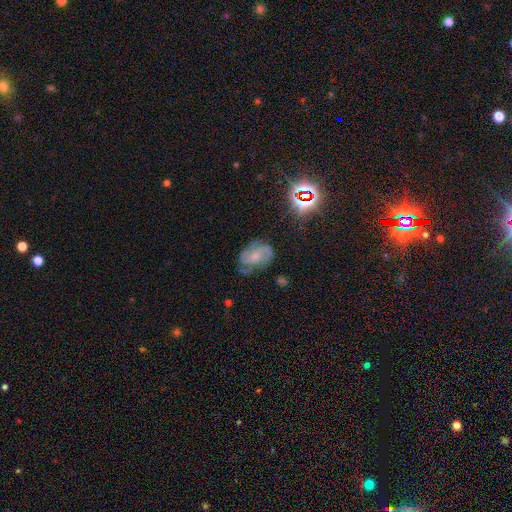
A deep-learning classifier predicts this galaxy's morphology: smooth_or_featured: featured or disk (p=0.76) [alt: smooth p=0.14]
disk_edge_on: no (p=0.97) [alt: yes p=0.03]
bar: no (p=0.59) [alt: weak p=0.34]
has_spiral_arms: yes (p=0.94) [alt: no p=0.06]
spiral_winding: medium (p=0.49) [alt: tight p=0.36]
spiral_arm_count: 2 (p=0.49) [alt: 3 p=0.24]
bulge_size: small (p=0.41) [alt: moderate p=0.40]
merging: none (p=0.64) [alt: minor disturbance p=0.22]